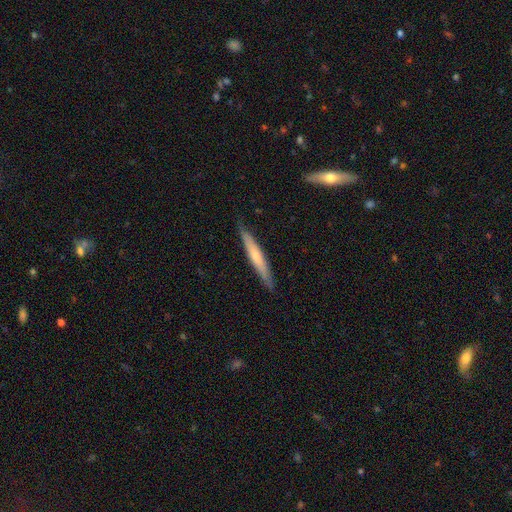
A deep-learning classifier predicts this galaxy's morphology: Overall: smooth (52%; featured or disk 42%). How rounded: cigar-shaped (95%). Merging: none (87%).